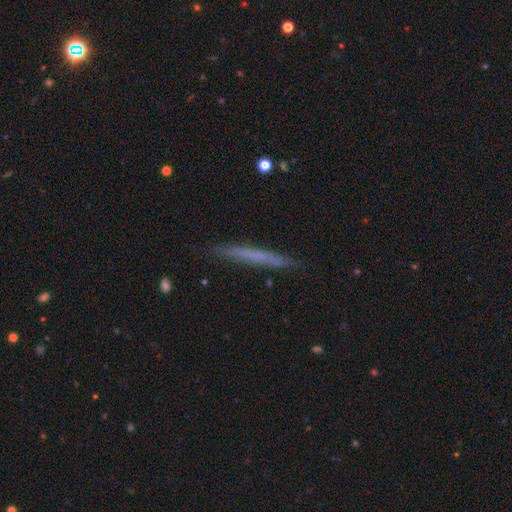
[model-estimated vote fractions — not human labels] smooth_or_featured: smooth (p=0.56) [alt: featured or disk p=0.38]
how_rounded: cigar-shaped (p=0.97) [alt: in between p=0.02]
merging: none (p=0.89) [alt: minor disturbance p=0.08]